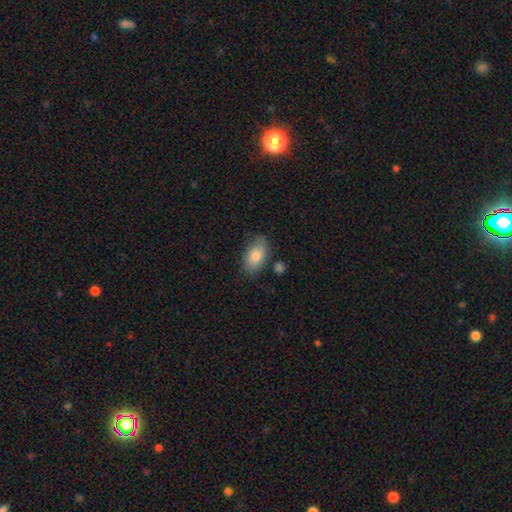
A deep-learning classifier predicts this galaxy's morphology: A smooth galaxy with no disk features (81%) that is in between round and cigar-shaped (92%). Merging: none (74%).